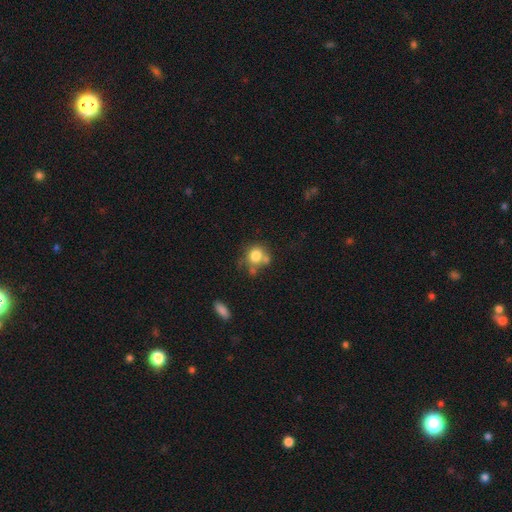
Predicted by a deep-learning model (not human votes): smooth_or_featured: smooth (p=0.76) [alt: featured or disk p=0.13]
how_rounded: round (p=0.77) [alt: in between p=0.22]
merging: none (p=0.48) [alt: merger p=0.26]